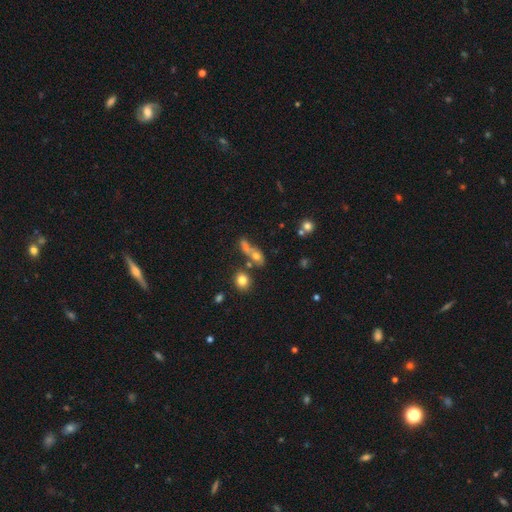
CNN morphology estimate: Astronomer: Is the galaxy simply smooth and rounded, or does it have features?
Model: smooth — 60%.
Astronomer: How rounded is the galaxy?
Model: in between — 55%.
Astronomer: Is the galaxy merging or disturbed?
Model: merger — 39% (runner-up: none, 32%).